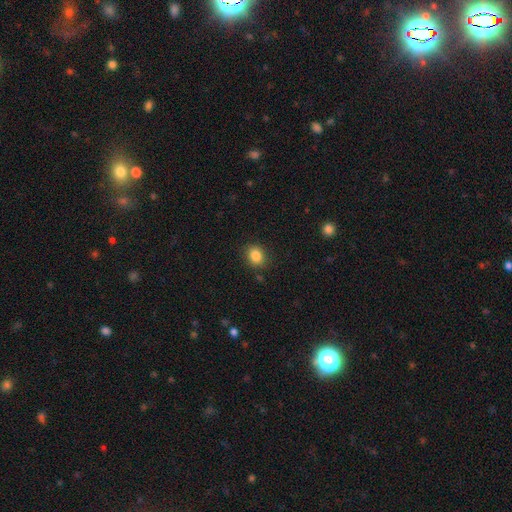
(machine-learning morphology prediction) A smooth galaxy with no disk features (85%) that is round (62%). Merging: none (86%).